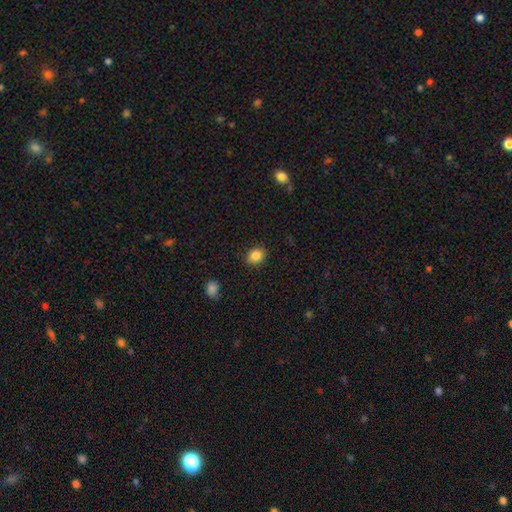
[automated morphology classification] A smooth galaxy with no disk features (84%) that is round (55%). Merging: none (88%).